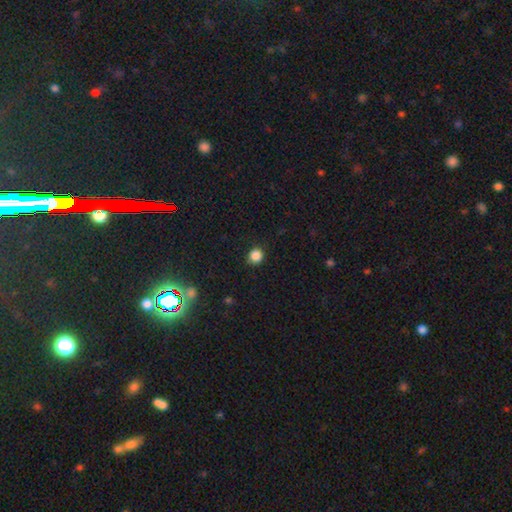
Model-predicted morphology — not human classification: Overall: smooth (86%). How rounded: round (87%). Merging: none (87%).